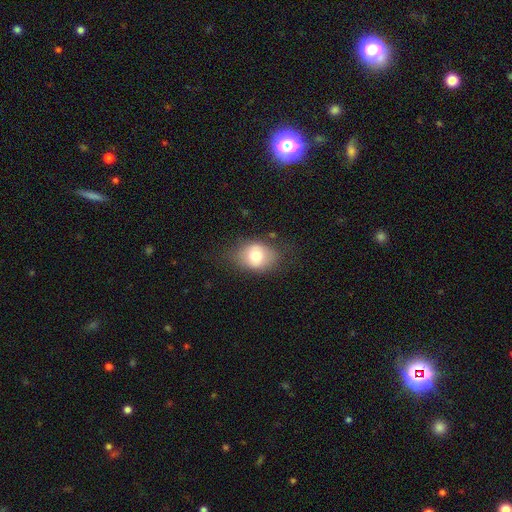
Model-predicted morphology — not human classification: Smooth or featured: smooth — 72% (featured or disk — 19%)
How rounded: in between — 62% (round — 37%)
Merging: none — 70% (minor disturbance — 21%)